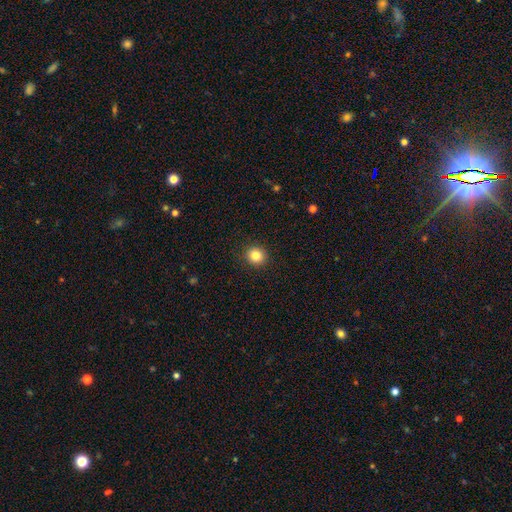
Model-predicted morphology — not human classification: The model was most divided on "smooth or featured": smooth: 84%, star or artifact: 11%, featured or disk: 5%. More confident: merging — none (92%); how rounded — round (90%).